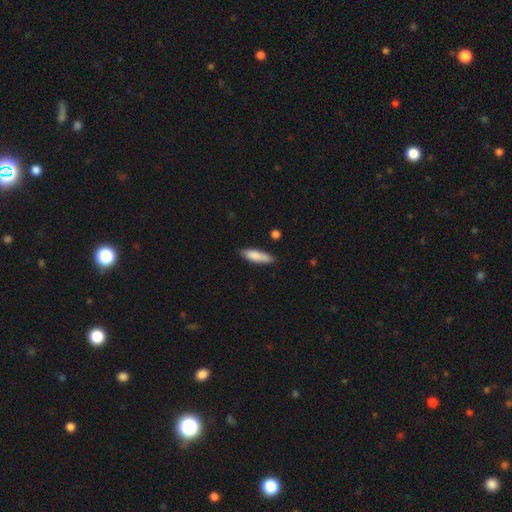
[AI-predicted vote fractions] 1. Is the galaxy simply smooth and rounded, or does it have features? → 83% smooth, 11% featured or disk, 6% star or artifact.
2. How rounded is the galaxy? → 58% cigar-shaped, 40% in between, 2% round.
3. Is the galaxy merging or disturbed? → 77% none, 17% minor disturbance, 3% major disturbance, 3% merger.